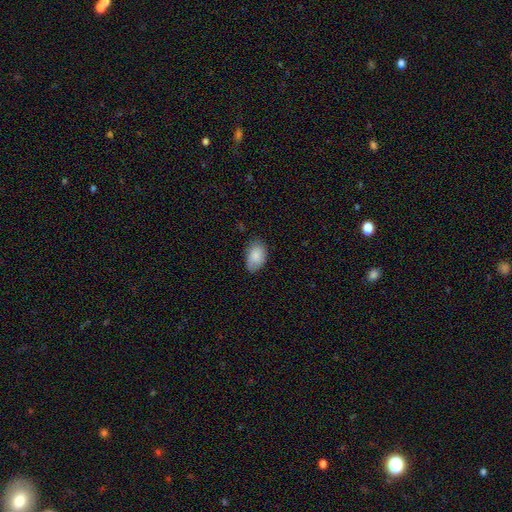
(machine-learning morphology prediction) smooth_or_featured: smooth (p=0.85) [alt: featured or disk p=0.09]
how_rounded: in between (p=0.90) [alt: round p=0.09]
merging: none (p=0.73) [alt: minor disturbance p=0.22]